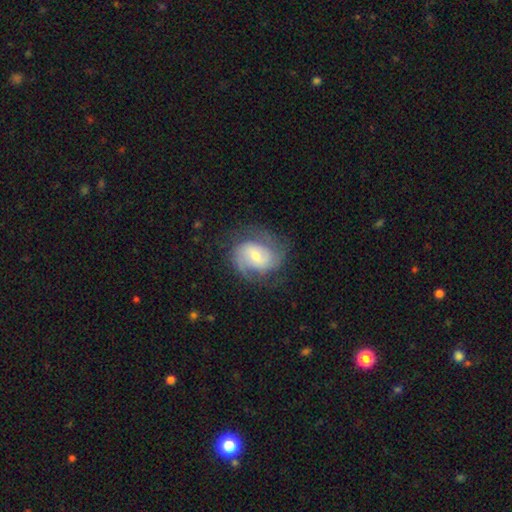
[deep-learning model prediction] A featured or disk galaxy (77%) with no bar (46%), 2 (63%) medium (44%) spiral arms (93%) and a small central bulge (47%). Merging: none (69%).